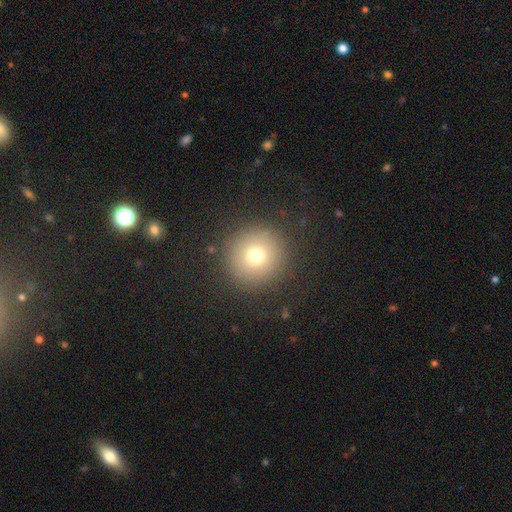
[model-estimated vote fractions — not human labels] Q: Smooth or featured?
A: smooth (73%); runner-up: star or artifact (15%)
Q: How rounded?
A: round (95%); runner-up: in between (4%)
Q: Merging?
A: none (89%); runner-up: minor disturbance (6%)